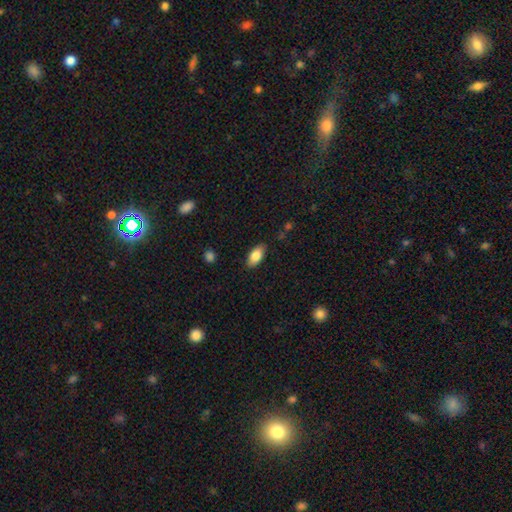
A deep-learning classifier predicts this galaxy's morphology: smooth-or-featured: smooth: 83% | featured or disk: 10% | star or artifact: 7%
  how-rounded: in between: 92% | cigar-shaped: 5% | round: 3%
  merging: none: 84% | minor disturbance: 12% | major disturbance: 3% | merger: 1%